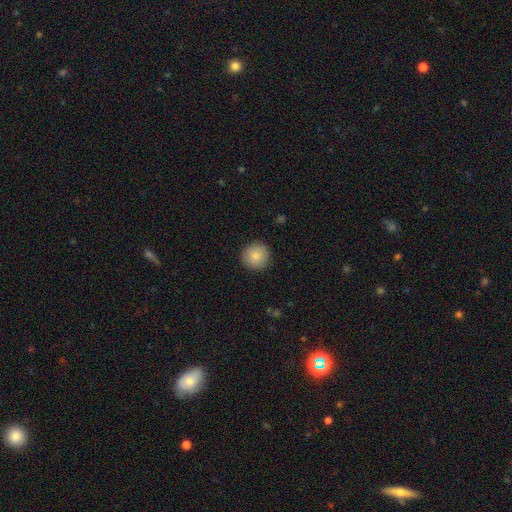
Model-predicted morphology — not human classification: smooth_or_featured: smooth (p=0.86) [alt: star or artifact p=0.08]
how_rounded: round (p=0.95) [alt: in between p=0.04]
merging: none (p=0.91) [alt: minor disturbance p=0.06]